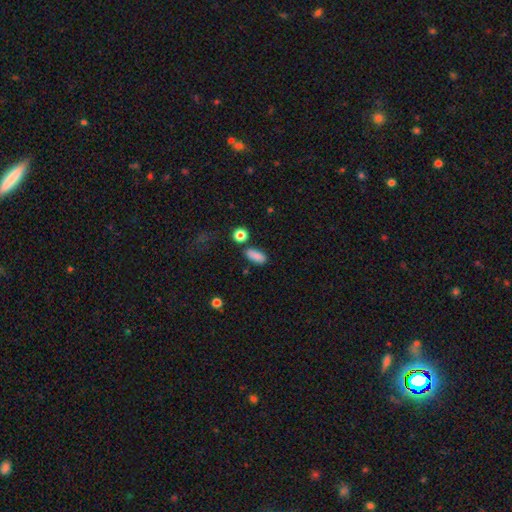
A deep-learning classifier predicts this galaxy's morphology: A smooth galaxy with no disk features (87%) that is in between round and cigar-shaped (79%). Merging: none (78%).